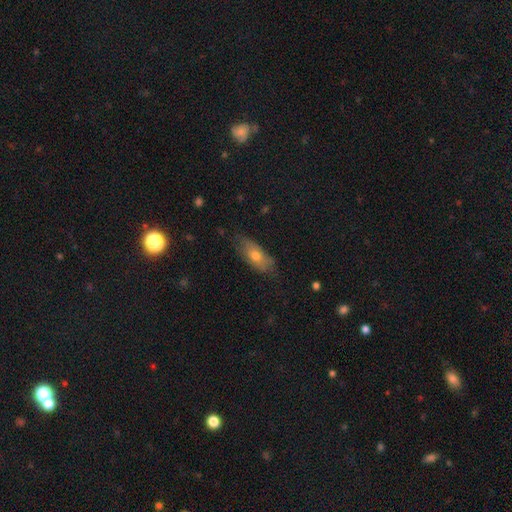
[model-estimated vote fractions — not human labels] This is likely a smooth galaxy (64%). How rounded: likely in between (80%). Merging: likely none (69%).